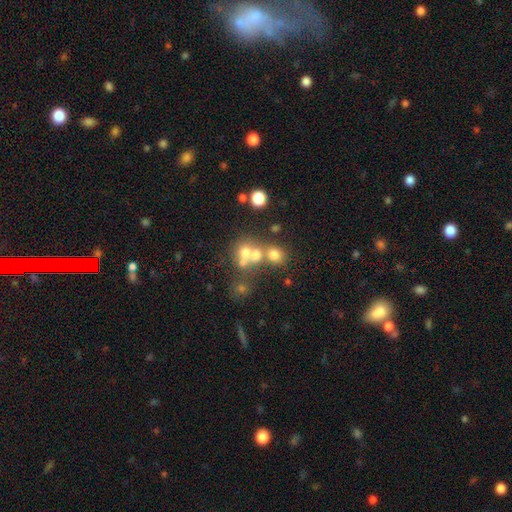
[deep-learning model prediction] smooth 47%, star or artifact 30%, featured or disk 23%. Down the decision tree: merging — merger (46%).